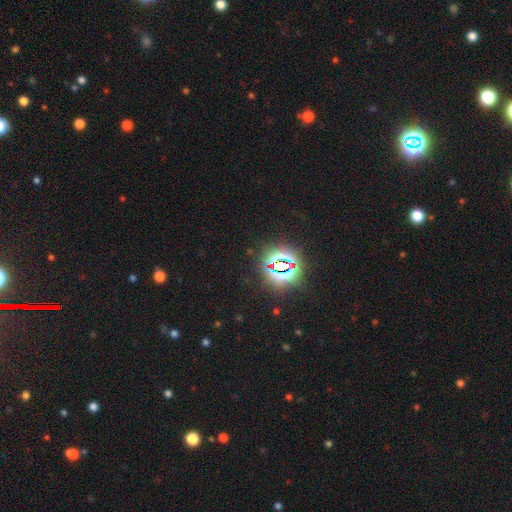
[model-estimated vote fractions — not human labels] This appears to be a star or artifact, not a galaxy (79%).